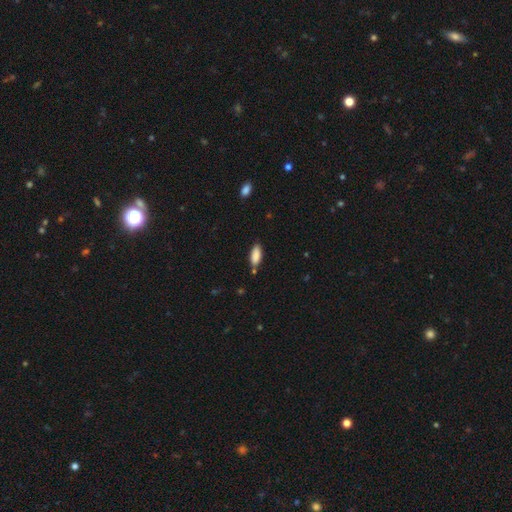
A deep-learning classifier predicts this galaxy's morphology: smooth_or_featured: smooth (p=0.88) [alt: star or artifact p=0.07]
how_rounded: in between (p=0.79) [alt: cigar-shaped p=0.19]
merging: none (p=0.76) [alt: minor disturbance p=0.16]